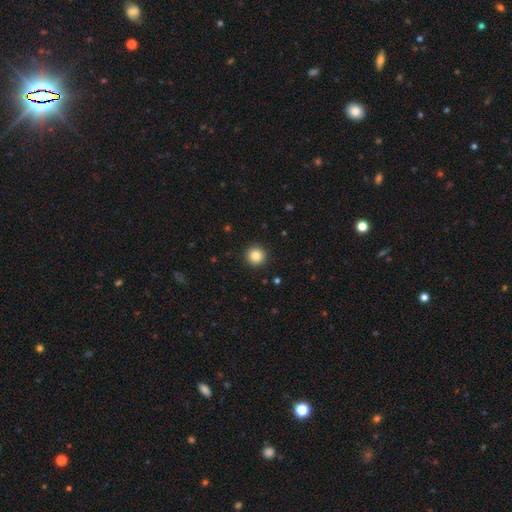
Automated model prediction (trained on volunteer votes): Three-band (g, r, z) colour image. It shows a smooth galaxy with no disk features (85%) that is round (96%). Merging: none (93%).